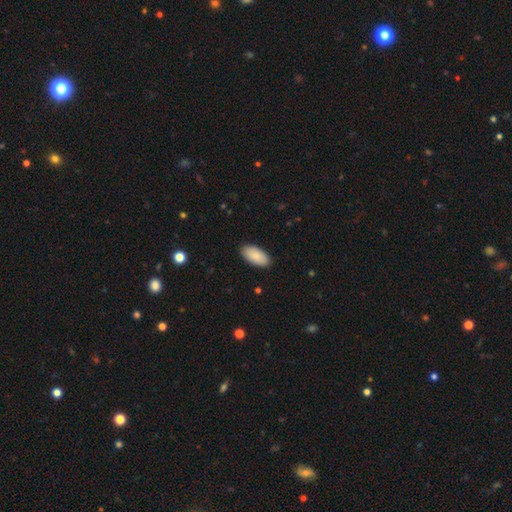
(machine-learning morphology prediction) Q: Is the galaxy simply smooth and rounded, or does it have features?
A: smooth — 86%.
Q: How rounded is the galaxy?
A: in between — 94%.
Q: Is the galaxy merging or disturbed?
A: none — 88%.